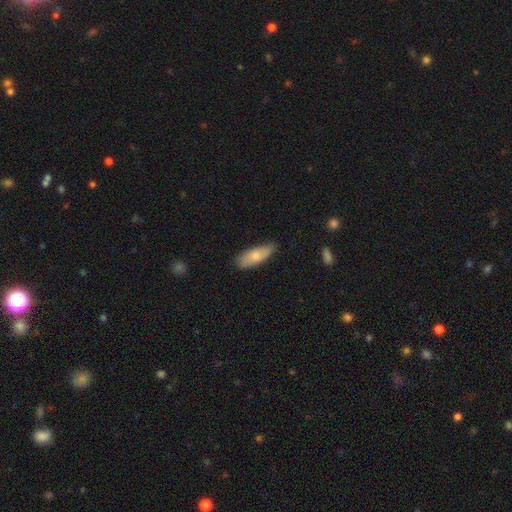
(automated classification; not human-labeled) A smooth galaxy with no disk features (73%) that is in between round and cigar-shaped (69%).

Vote fractions:
- Smooth or featured? smooth: 73% / featured or disk: 21% / star or artifact: 6%
- How rounded? in between: 69% / cigar-shaped: 29% / round: 2%
- Merging? none: 77% / minor disturbance: 19% / major disturbance: 3% / merger: 1%